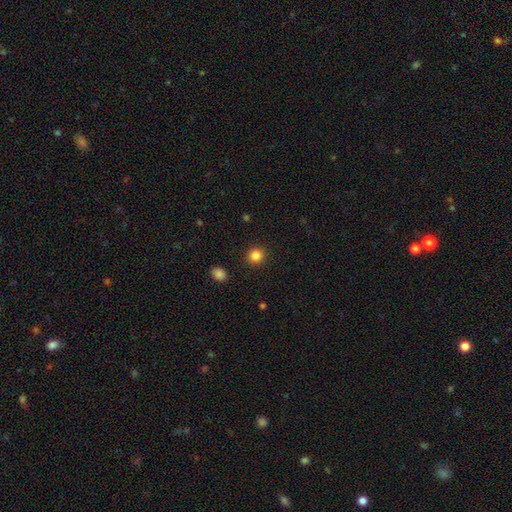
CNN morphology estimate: smooth-or-featured: smooth: 85% | star or artifact: 11% | featured or disk: 4%
  how-rounded: round: 88% | in between: 11% | cigar-shaped: 1%
  merging: none: 92% | minor disturbance: 5% | major disturbance: 2% | merger: 1%